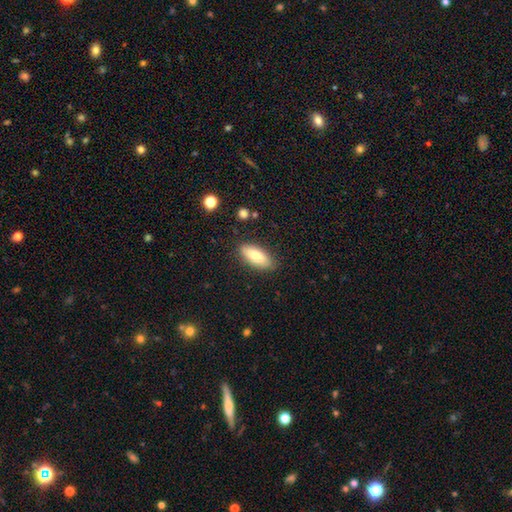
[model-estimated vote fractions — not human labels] A smooth galaxy with no disk features (76%) that is in between round and cigar-shaped (80%). Merging: none (85%).